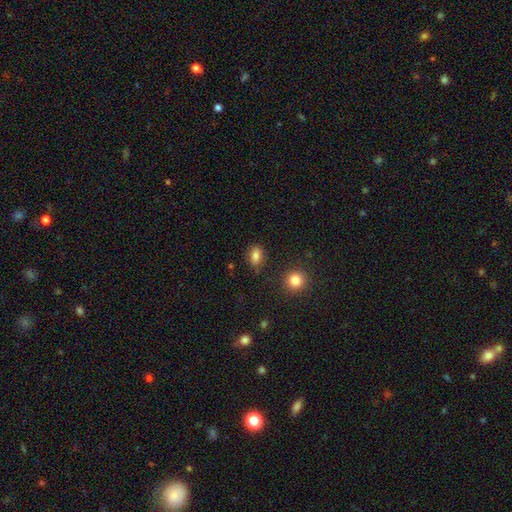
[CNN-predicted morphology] Q: Smooth or featured?
A: smooth (83%); runner-up: star or artifact (10%)
Q: How rounded?
A: in between (79%); runner-up: round (19%)
Q: Merging?
A: none (82%); runner-up: minor disturbance (12%)